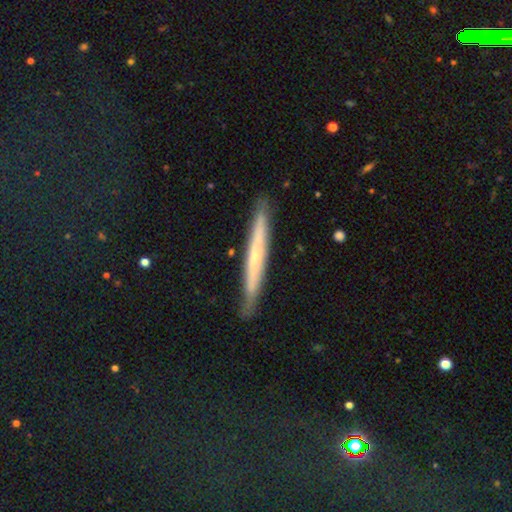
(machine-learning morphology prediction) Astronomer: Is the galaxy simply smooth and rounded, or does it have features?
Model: featured or disk — 54% (runner-up: smooth, 40%).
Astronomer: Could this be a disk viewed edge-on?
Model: yes — 93%.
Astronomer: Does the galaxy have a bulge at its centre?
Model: none — 60% (runner-up: rounded, 35%).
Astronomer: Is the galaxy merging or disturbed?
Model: none — 85%.